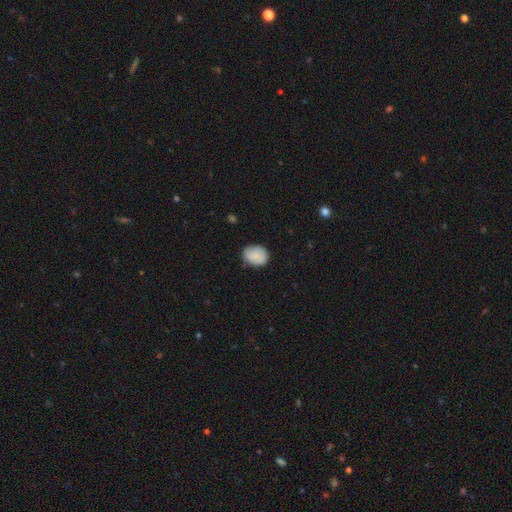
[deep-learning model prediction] smooth-or-featured: smooth: 82% | featured or disk: 11% | star or artifact: 7%
  how-rounded: in between: 52% | round: 47% | cigar-shaped: 1%
  merging: none: 74% | minor disturbance: 22% | major disturbance: 4% | merger: 1%